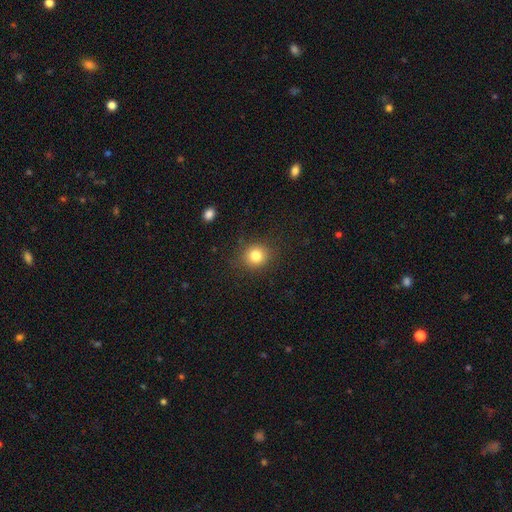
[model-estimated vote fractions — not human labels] smooth_or_featured: smooth (p=0.81) [alt: star or artifact p=0.12]
how_rounded: round (p=0.85) [alt: in between p=0.14]
merging: none (p=0.86) [alt: minor disturbance p=0.09]